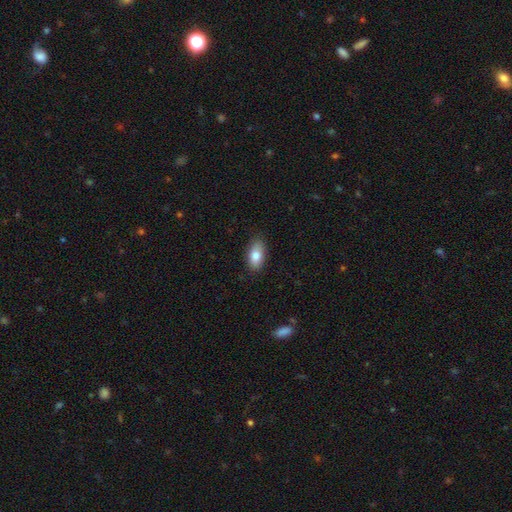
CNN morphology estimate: Smooth or featured? smooth (82%)
How rounded? in between (90%)
Merging? none (85%)